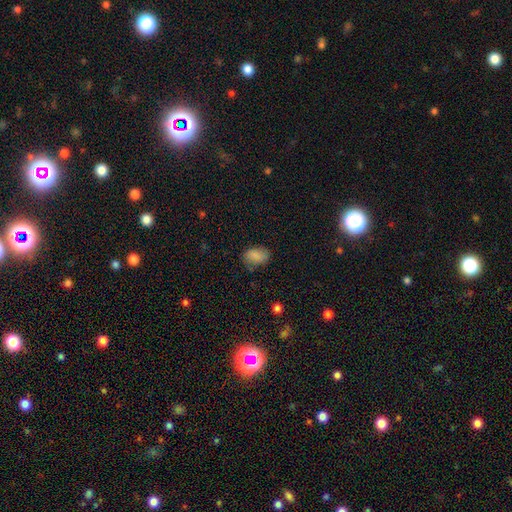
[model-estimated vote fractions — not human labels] This is clearly a smooth galaxy (82%). How rounded: clearly in between (81%). Merging: likely none (66%).